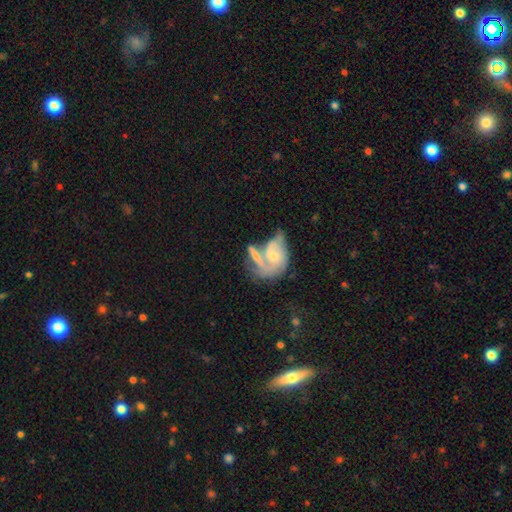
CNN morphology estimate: A featured or disk galaxy (58%).

Vote fractions:
- Smooth or featured? featured or disk: 58% / smooth: 35% / star or artifact: 7%
- Edge-on disk? no: 84% / yes: 16%
- Merging? merger: 56% / none: 21% / minor disturbance: 12% / major disturbance: 11%